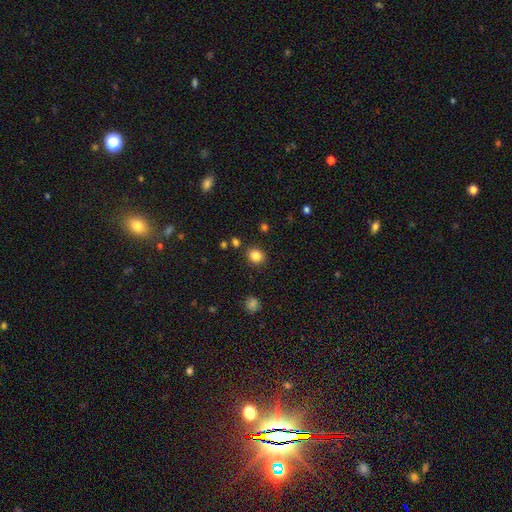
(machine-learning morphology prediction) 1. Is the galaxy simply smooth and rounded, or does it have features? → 85% smooth, 11% star or artifact, 4% featured or disk.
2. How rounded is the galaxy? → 75% round, 24% in between, 1% cigar-shaped.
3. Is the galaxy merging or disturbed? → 86% none, 8% minor disturbance, 3% merger, 3% major disturbance.